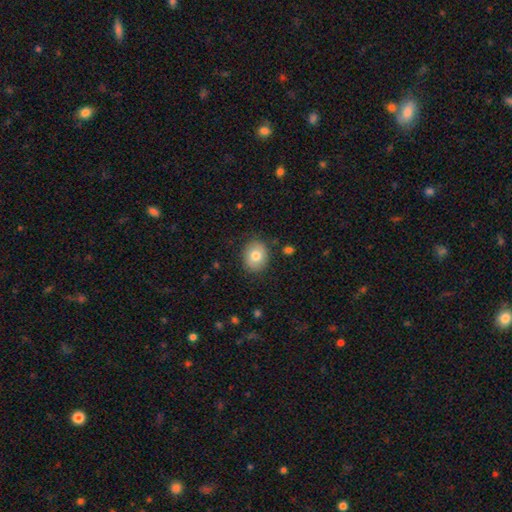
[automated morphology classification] type=smooth (78%); roundness=round (55%); merging=none (85%).